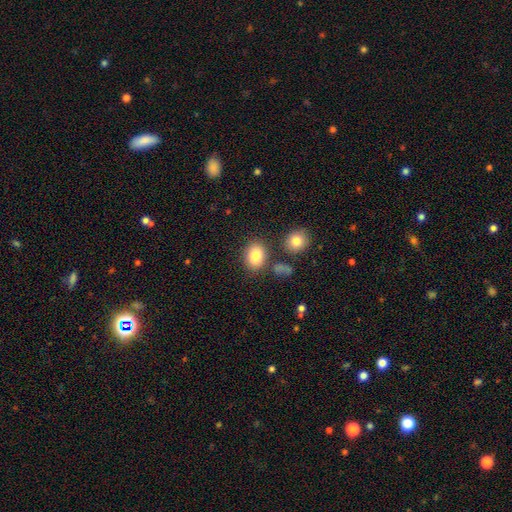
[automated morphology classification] Smooth or featured? smooth (83%)
How rounded? in between (60%)
Merging? none (77%)